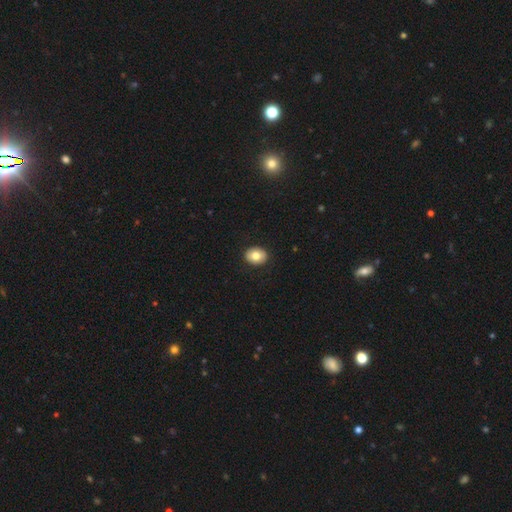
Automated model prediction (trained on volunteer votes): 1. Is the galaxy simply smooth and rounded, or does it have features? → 78% smooth, 14% featured or disk, 8% star or artifact.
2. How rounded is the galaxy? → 54% in between, 45% round, 1% cigar-shaped.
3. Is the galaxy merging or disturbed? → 90% none, 7% minor disturbance, 2% major disturbance, 1% merger.